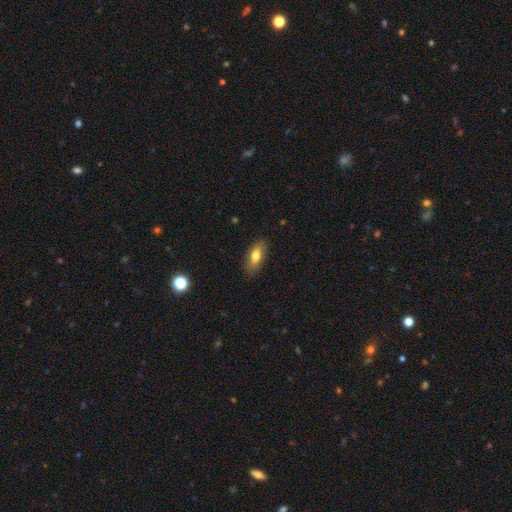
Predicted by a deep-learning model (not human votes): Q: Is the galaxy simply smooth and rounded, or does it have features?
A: smooth — 70%.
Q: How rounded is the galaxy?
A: in between — 75%.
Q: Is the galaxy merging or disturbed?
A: none — 85%.